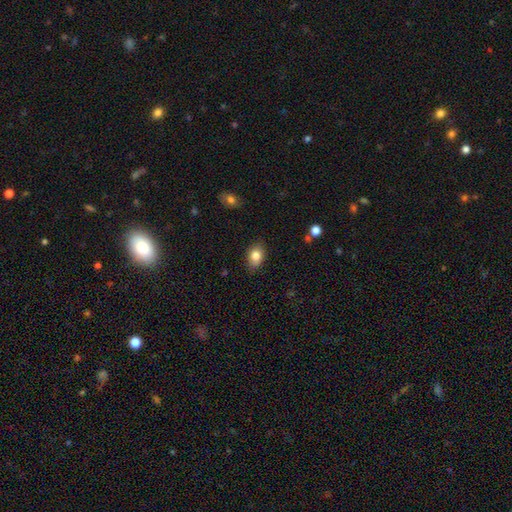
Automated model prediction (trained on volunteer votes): Smooth or featured: smooth — 82% (featured or disk — 10%)
How rounded: in between — 80% (round — 18%)
Merging: none — 82% (minor disturbance — 14%)